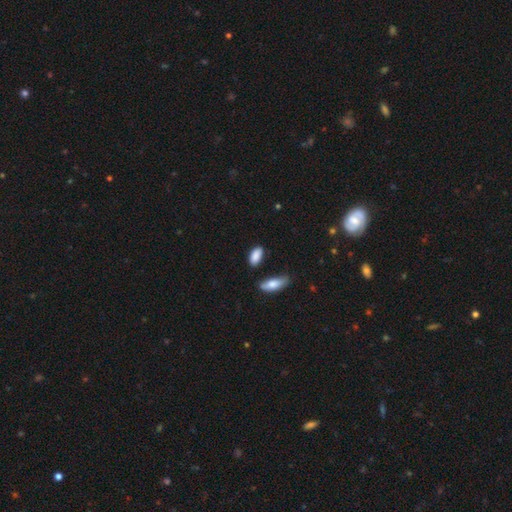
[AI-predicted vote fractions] A smooth galaxy with no disk features (88%) that is in between round and cigar-shaped (89%). Merging: none (73%).